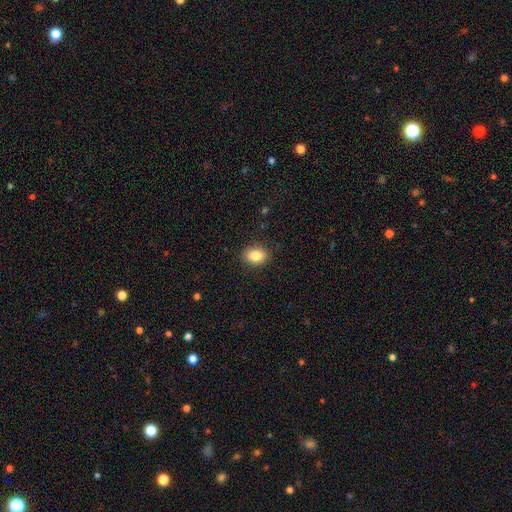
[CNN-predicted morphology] This appears to be a smooth galaxy with no disk features (85%) that is in between round and cigar-shaped (66%). Merging: none (88%).